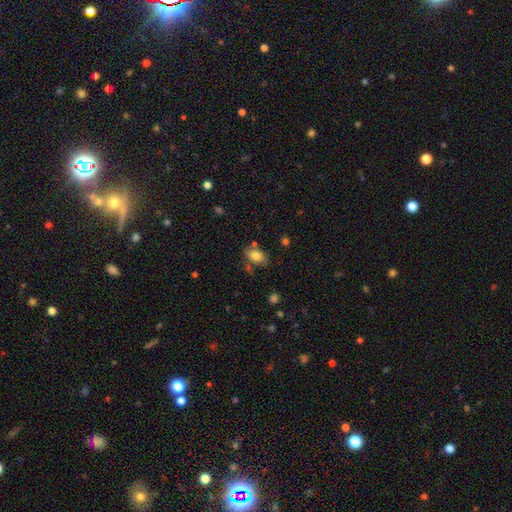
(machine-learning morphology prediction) smooth_or_featured: smooth (p=0.79) [alt: featured or disk p=0.12]
how_rounded: in between (p=0.87) [alt: round p=0.12]
merging: none (p=0.69) [alt: minor disturbance p=0.17]